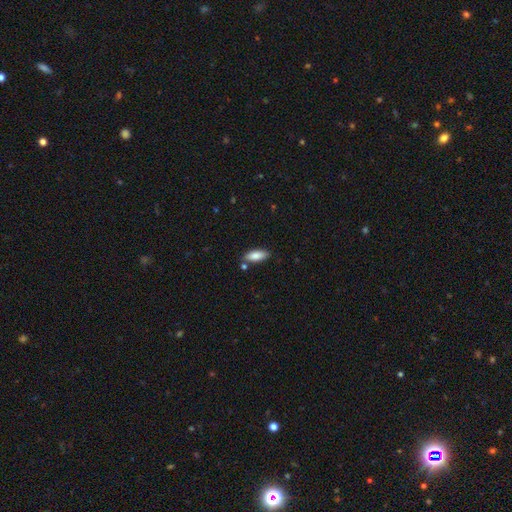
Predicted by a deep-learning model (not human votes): A smooth galaxy with no disk features (82%) that is in between round and cigar-shaped (78%). Merging: none (79%).